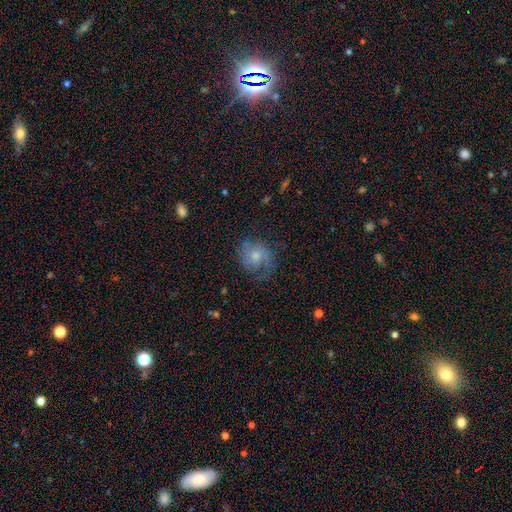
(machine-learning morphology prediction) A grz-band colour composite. It shows a smooth galaxy with no disk features (51%) that is round (77%). Merging: none (59%).